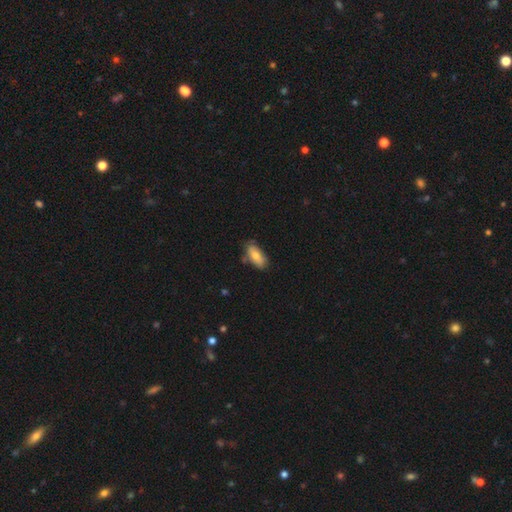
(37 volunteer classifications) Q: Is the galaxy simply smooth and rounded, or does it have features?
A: smooth — 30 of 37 (81%).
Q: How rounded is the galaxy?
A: in between — 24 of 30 (80%).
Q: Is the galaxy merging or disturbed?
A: none — 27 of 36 (75%).